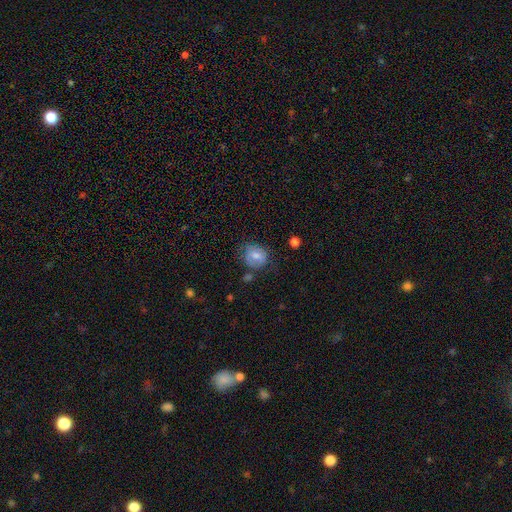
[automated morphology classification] Overall: smooth (64%; featured or disk 27%). How rounded: round (64%; in between 35%). Merging: none (57%; minor disturbance 27%).